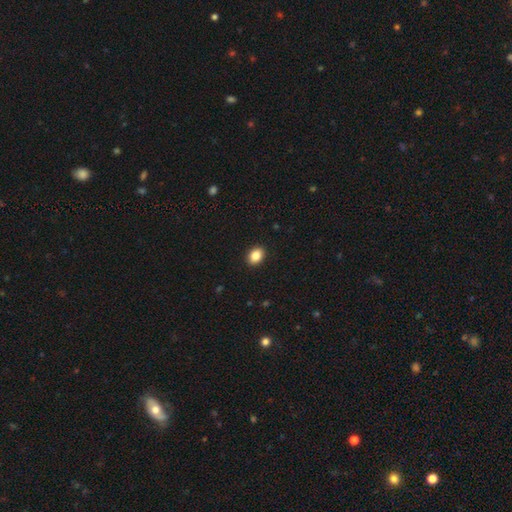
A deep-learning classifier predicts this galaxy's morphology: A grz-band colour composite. It shows a smooth galaxy with no disk features (87%) that is in between round and cigar-shaped (68%). Merging: none (92%).